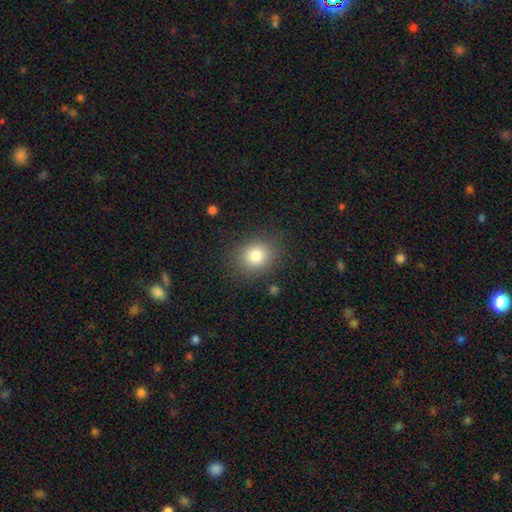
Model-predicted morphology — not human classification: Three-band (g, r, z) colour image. It shows a smooth galaxy with no disk features (81%) that is round (73%). Merging: none (85%).